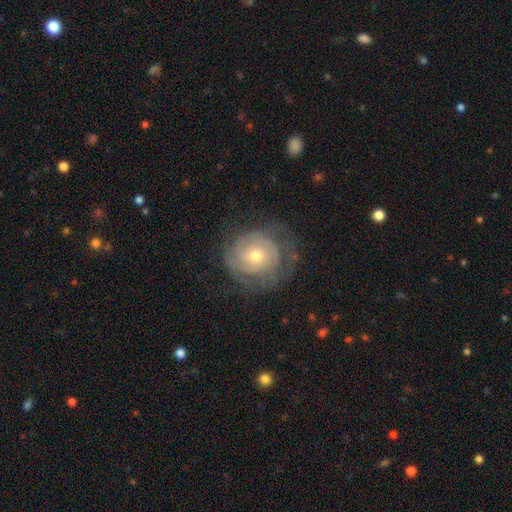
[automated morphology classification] A featured or disk galaxy (73%) with no bar (80%), tight (74%) spiral arms (88%) and a moderate central bulge (52%).

Vote fractions:
- Smooth or featured? featured or disk: 73% / smooth: 20% / star or artifact: 7%
- Edge-on disk? no: 98% / yes: 2%
- Bar? no: 80% / weak: 17% / strong: 3%
- Spiral arms? yes: 88% / no: 12%
- Spiral winding? tight: 74% / medium: 20% / loose: 7%
- Spiral arm count? can't tell: 45% / 2: 26% / 3: 13% / 1: 6% / 4: 5% / more than 4: 4%
- Bulge size? moderate: 52% / small: 43% / large: 3% / none: 1% / dominant: 1%
- Merging? none: 67% / minor disturbance: 20% / major disturbance: 12% / merger: 1%